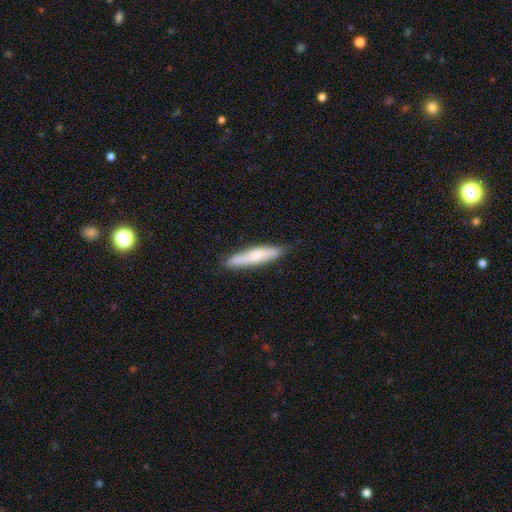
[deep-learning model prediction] A smooth galaxy with no disk features (64%) that is cigar-shaped (85%).

Vote fractions:
- Smooth or featured? smooth: 64% / featured or disk: 30% / star or artifact: 6%
- How rounded? cigar-shaped: 85% / in between: 14% / round: 2%
- Merging? none: 85% / minor disturbance: 12% / major disturbance: 2% / merger: 1%